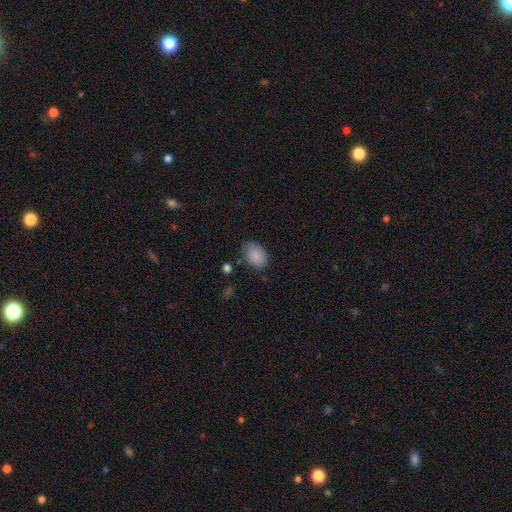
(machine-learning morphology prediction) Q: Smooth or featured?
A: smooth (87%); runner-up: star or artifact (7%)
Q: How rounded?
A: in between (82%); runner-up: round (16%)
Q: Merging?
A: none (72%); runner-up: minor disturbance (21%)